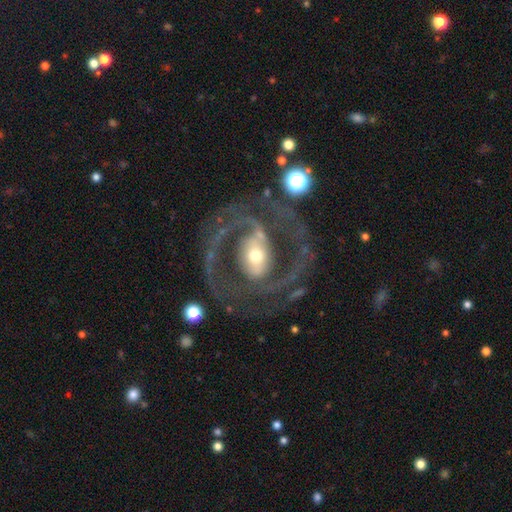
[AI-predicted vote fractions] featured or disk 88%, smooth 7%, star or artifact 5%. Down the decision tree: edge-on disk — no (97%); bar — strong (42%); spiral arms — yes (93%); spiral arm count — 2 (85%); spiral winding — medium (56%); bulge size — moderate (55%); merging — none (68%).